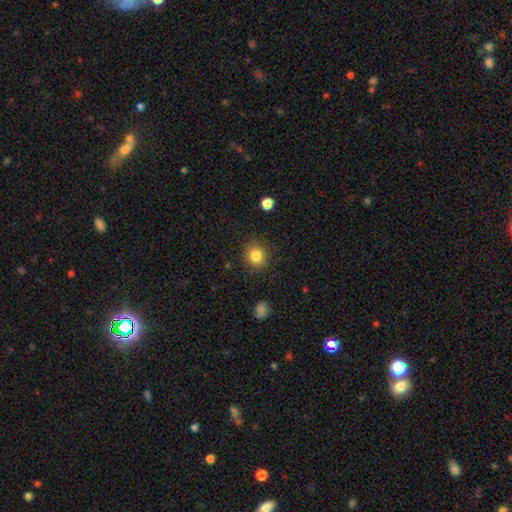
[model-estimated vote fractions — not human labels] smooth-or-featured: smooth: 84% | star or artifact: 10% | featured or disk: 5%
  how-rounded: round: 86% | in between: 13% | cigar-shaped: 1%
  merging: none: 87% | minor disturbance: 9% | major disturbance: 3% | merger: 1%